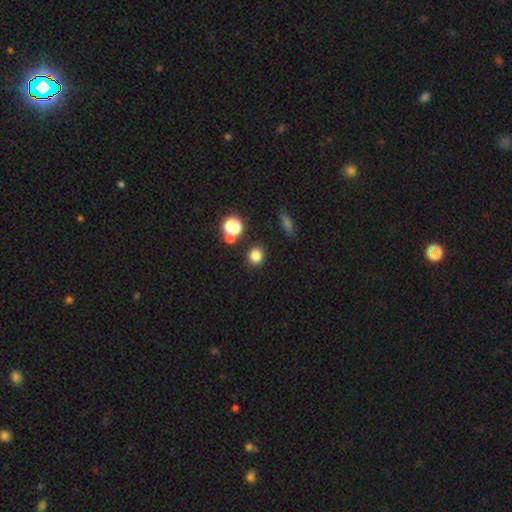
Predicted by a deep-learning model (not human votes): This is clearly a smooth galaxy (80%). How rounded: clearly round (84%). Merging: clearly none (84%).